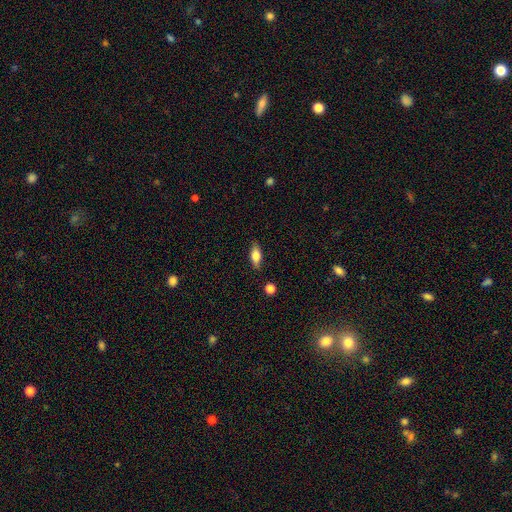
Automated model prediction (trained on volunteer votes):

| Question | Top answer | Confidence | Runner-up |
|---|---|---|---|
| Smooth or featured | smooth | 72% | featured or disk (21%) |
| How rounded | in between | 79% | cigar-shaped (17%) |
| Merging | none | 84% | minor disturbance (12%) |